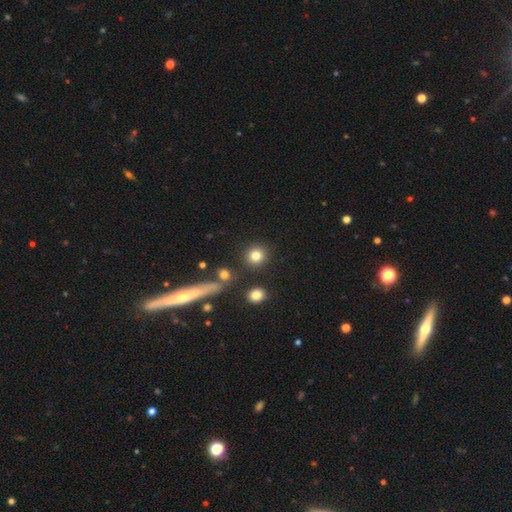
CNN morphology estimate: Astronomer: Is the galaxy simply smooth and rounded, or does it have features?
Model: smooth — 81%.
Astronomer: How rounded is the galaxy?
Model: round — 90%.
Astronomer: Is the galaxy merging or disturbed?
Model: none — 85%.